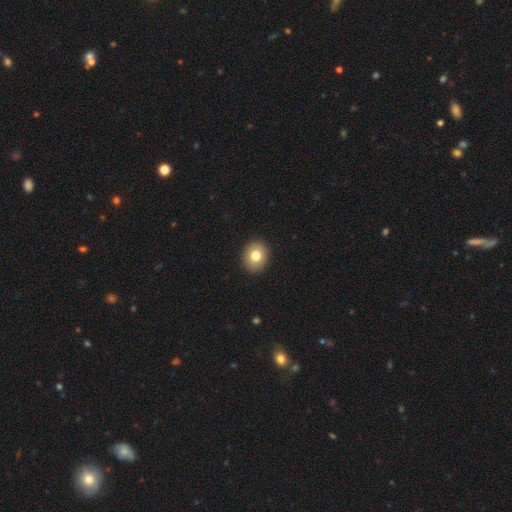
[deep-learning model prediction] smooth 79%, featured or disk 11%, star or artifact 10%. Down the decision tree: how rounded — round (68%); merging — none (92%).